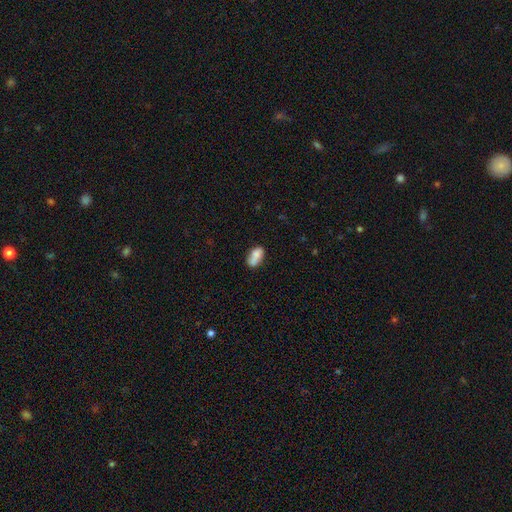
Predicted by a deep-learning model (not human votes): A smooth galaxy with no disk features (79%) that is in between round and cigar-shaped (90%).

Vote fractions:
- Smooth or featured? smooth: 79% / featured or disk: 13% / star or artifact: 8%
- How rounded? in between: 90% / round: 6% / cigar-shaped: 4%
- Merging? none: 55% / minor disturbance: 22% / merger: 17% / major disturbance: 6%